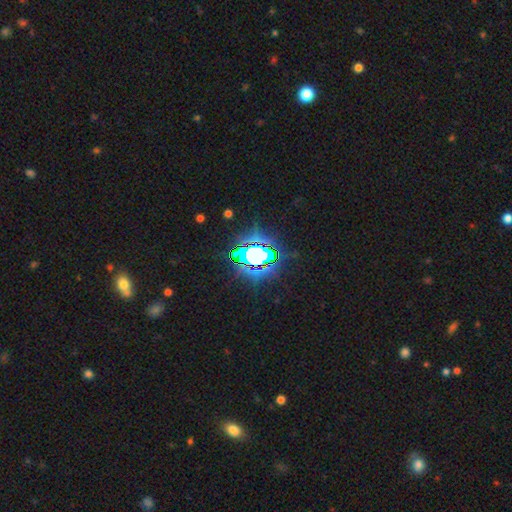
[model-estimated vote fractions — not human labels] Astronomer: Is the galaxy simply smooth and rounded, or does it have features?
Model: star or artifact — 73%.